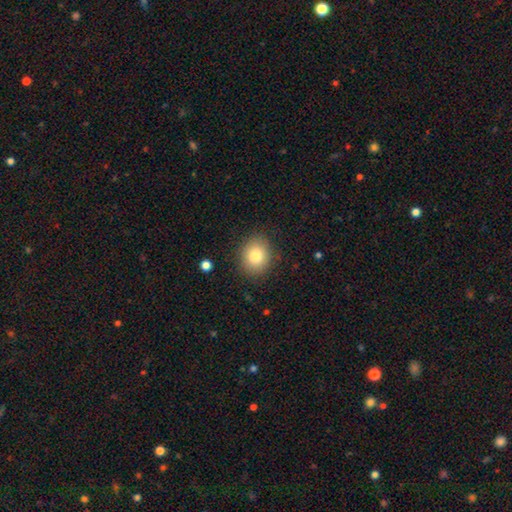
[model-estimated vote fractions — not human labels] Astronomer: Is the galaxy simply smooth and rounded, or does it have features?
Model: smooth — 81%.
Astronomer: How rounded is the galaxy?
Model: round — 70%.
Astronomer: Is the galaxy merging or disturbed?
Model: none — 87%.